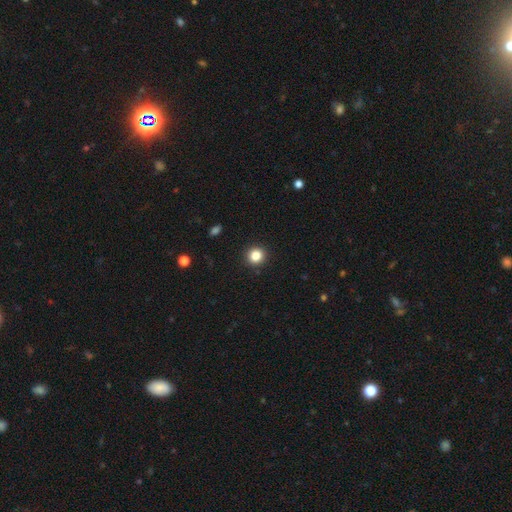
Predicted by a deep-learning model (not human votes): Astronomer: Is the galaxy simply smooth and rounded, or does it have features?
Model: smooth — 84%.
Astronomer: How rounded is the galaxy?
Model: round — 93%.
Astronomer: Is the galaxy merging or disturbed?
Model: none — 93%.